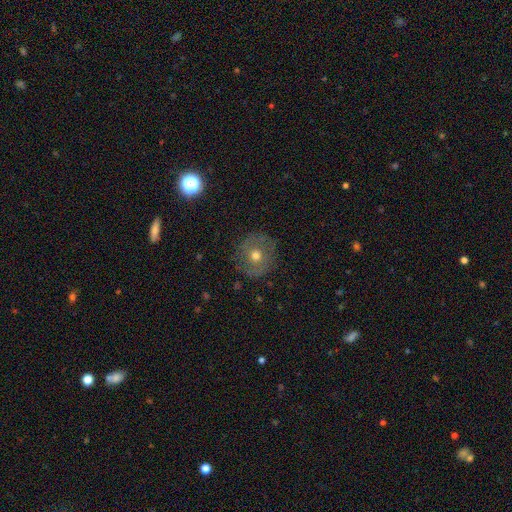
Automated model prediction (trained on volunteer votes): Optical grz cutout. It shows a smooth galaxy with no disk features (45%). Merging: none (82%).